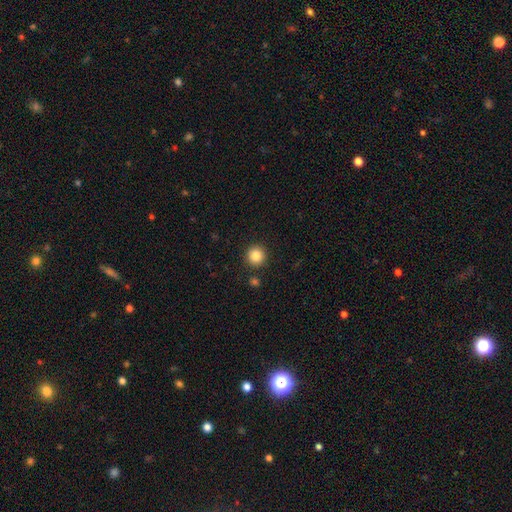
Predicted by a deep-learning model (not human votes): A smooth galaxy with no disk features (84%) that is round (95%).

Vote fractions:
- Smooth or featured? smooth: 84% / star or artifact: 10% / featured or disk: 5%
- How rounded? round: 95% / in between: 4% / cigar-shaped: 1%
- Merging? none: 90% / minor disturbance: 5% / merger: 3% / major disturbance: 2%